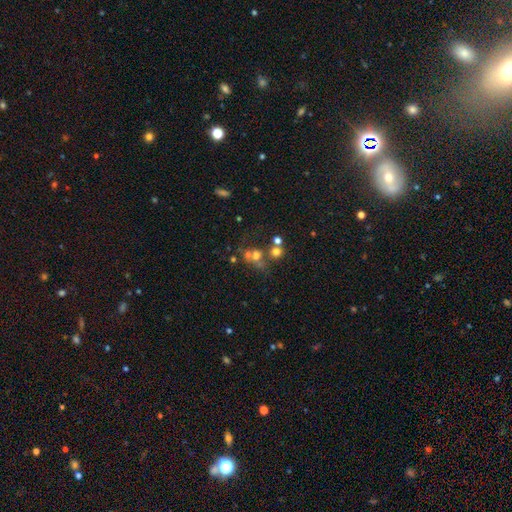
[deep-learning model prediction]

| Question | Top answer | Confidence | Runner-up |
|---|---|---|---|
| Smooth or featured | smooth | 55% | star or artifact (24%) |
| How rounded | round | 79% | in between (20%) |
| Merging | none | 42% | tied: merger (42%) |